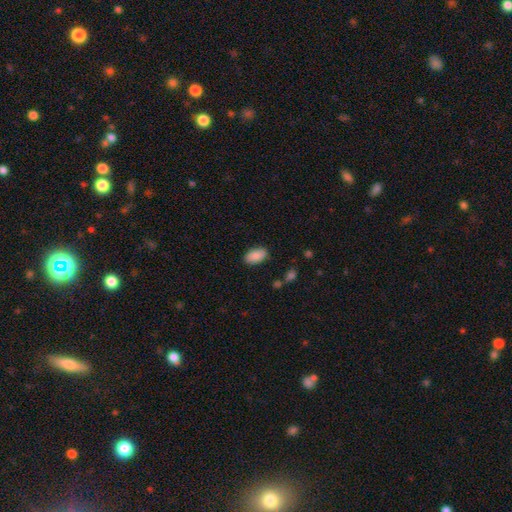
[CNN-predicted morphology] A smooth galaxy with no disk features (89%) that is in between round and cigar-shaped (94%).

Vote fractions:
- Smooth or featured? smooth: 89% / star or artifact: 7% / featured or disk: 5%
- How rounded? in between: 94% / round: 3% / cigar-shaped: 2%
- Merging? none: 85% / minor disturbance: 11% / major disturbance: 3% / merger: 2%